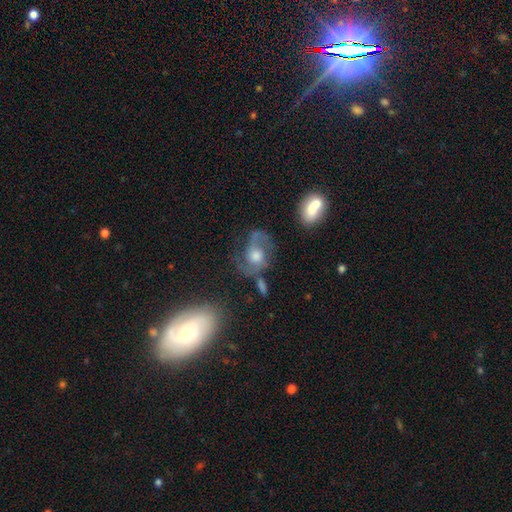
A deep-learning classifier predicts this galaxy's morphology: A featured or disk galaxy (72%) with no bar (65%), 2 (85%) medium (48%) spiral arms (89%) and a moderate central bulge (54%).

Vote fractions:
- Smooth or featured? featured or disk: 72% / smooth: 18% / star or artifact: 10%
- Edge-on disk? no: 97% / yes: 3%
- Bar? no: 65% / weak: 29% / strong: 6%
- Spiral arms? yes: 89% / no: 11%
- Spiral winding? medium: 48% / loose: 37% / tight: 14%
- Spiral arm count? 2: 85% / can't tell: 6% / 1: 5% / 3: 2% / 4: 1% / more than 4: 1%
- Bulge size? moderate: 54% / large: 27% / small: 13% / none: 4% / dominant: 3%
- Merging? none: 56% / minor disturbance: 21% / major disturbance: 17% / merger: 6%